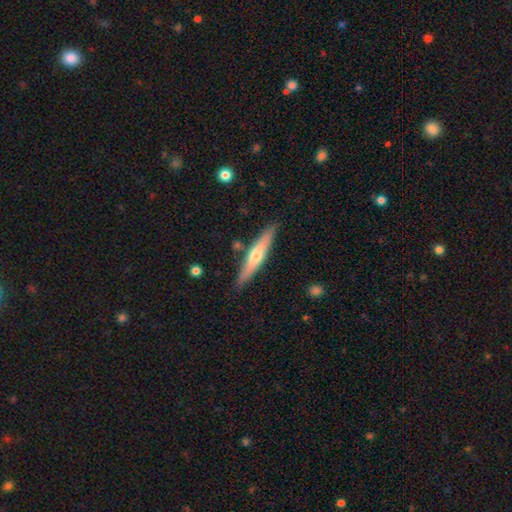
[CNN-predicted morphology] Smooth or featured: featured or disk — 53% (smooth — 41%)
Edge-on disk: yes — 93% (no — 7%)
Merging: none — 85% (minor disturbance — 10%)